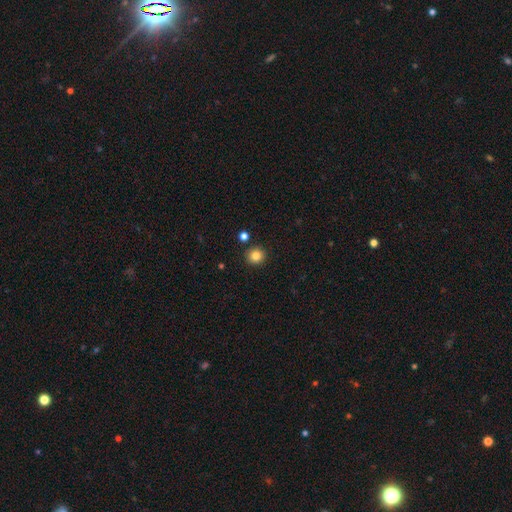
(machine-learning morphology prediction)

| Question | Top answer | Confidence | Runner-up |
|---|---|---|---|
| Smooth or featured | smooth | 84% | star or artifact (11%) |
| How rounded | round | 93% | in between (6%) |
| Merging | none | 90% | minor disturbance (5%) |